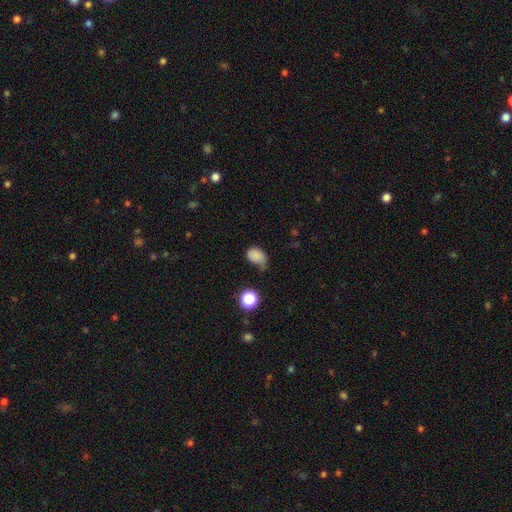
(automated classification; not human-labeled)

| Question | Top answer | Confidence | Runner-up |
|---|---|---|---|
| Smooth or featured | smooth | 80% | star or artifact (12%) |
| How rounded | in between | 65% | round (33%) |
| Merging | none | 39% | minor disturbance (36%) |